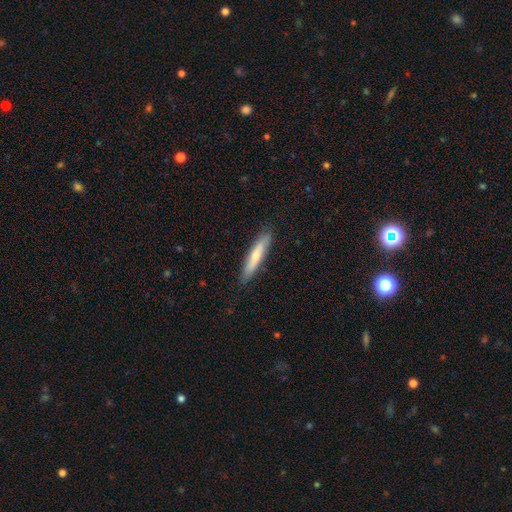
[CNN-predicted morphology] Smooth or featured? smooth (63%)
How rounded? cigar-shaped (89%)
Merging? none (87%)